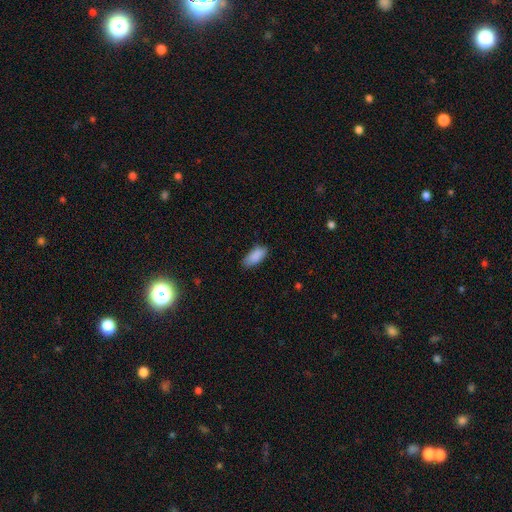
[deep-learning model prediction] A smooth galaxy with no disk features (89%) that is in between round and cigar-shaped (87%).

Vote fractions:
- Smooth or featured? smooth: 89% / star or artifact: 6% / featured or disk: 4%
- How rounded? in between: 87% / cigar-shaped: 11% / round: 2%
- Merging? none: 82% / minor disturbance: 14% / major disturbance: 3% / merger: 1%